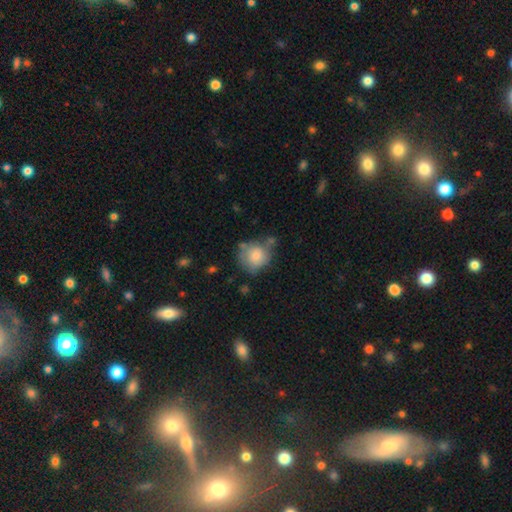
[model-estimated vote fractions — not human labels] smooth 79%, featured or disk 13%, star or artifact 8%. Down the decision tree: how rounded — round (83%); merging — none (51%).